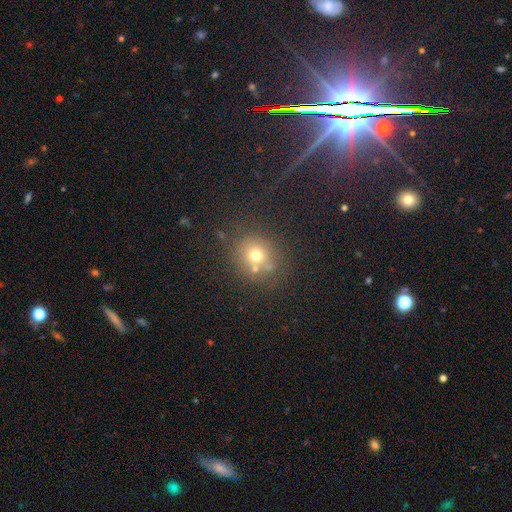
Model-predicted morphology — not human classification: Smooth or featured: smooth — 68% (star or artifact — 19%)
How rounded: round — 84% (in between — 15%)
Merging: none — 69% (merger — 14%)